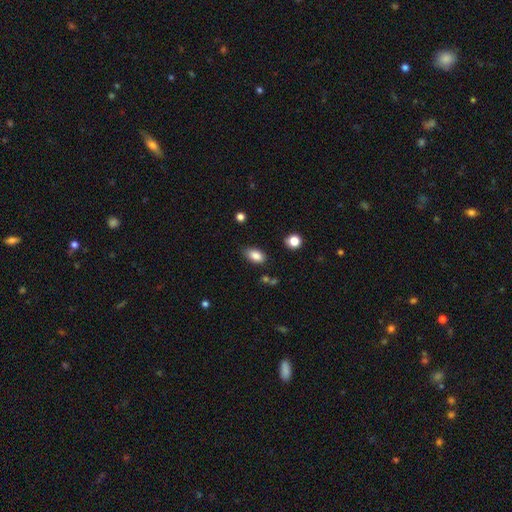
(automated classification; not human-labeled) A smooth galaxy with no disk features (85%) that is in between round and cigar-shaped (89%).

Vote fractions:
- Smooth or featured? smooth: 85% / star or artifact: 9% / featured or disk: 6%
- How rounded? in between: 89% / round: 8% / cigar-shaped: 3%
- Merging? none: 79% / minor disturbance: 16% / major disturbance: 3% / merger: 3%